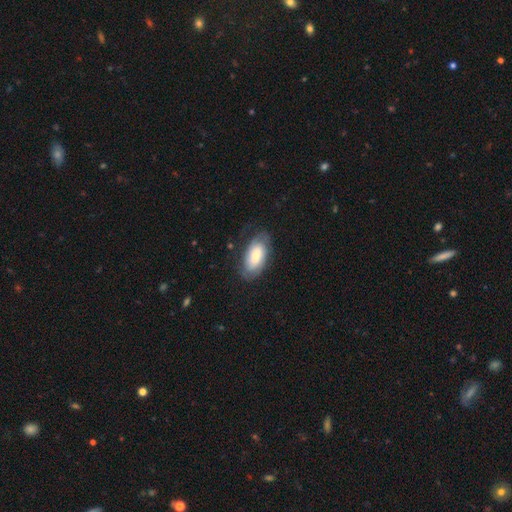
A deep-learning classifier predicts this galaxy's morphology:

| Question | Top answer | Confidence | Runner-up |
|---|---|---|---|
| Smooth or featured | smooth | 57% | featured or disk (36%) |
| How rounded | in between | 93% | cigar-shaped (4%) |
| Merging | none | 66% | minor disturbance (22%) |